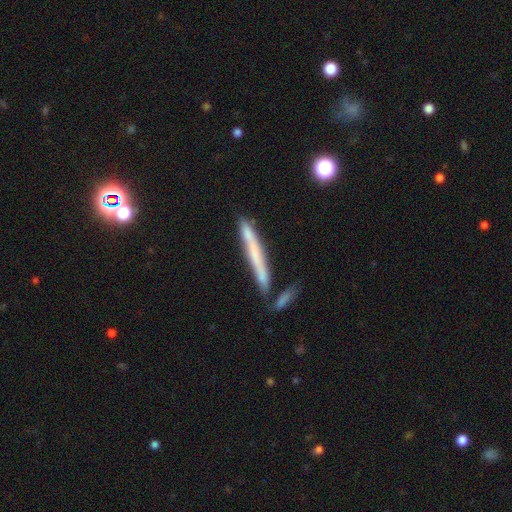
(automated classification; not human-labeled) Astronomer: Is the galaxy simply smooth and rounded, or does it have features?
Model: smooth — 51% (runner-up: featured or disk, 40%).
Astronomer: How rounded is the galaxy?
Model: cigar-shaped — 96%.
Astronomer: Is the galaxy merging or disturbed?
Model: none — 70%.